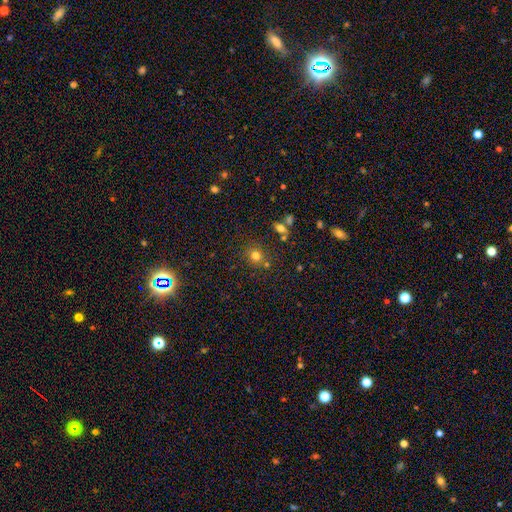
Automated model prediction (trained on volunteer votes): Smooth or featured? Predicted: smooth (p=0.76). How rounded? Predicted: round (p=0.81). Merging? Predicted: none (p=0.76).